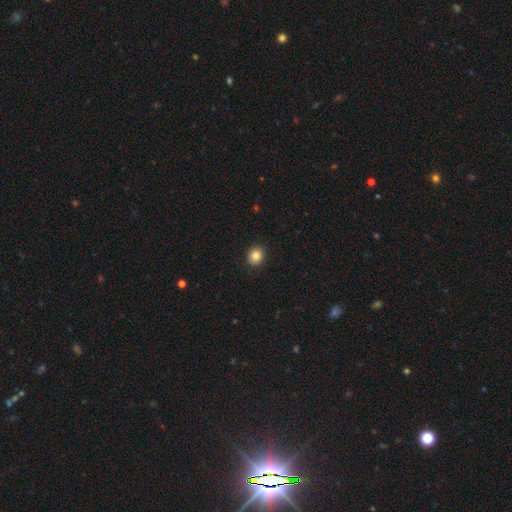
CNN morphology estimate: Smooth or featured? Predicted: smooth (p=0.85). How rounded? Predicted: round (p=0.77). Merging? Predicted: none (p=0.91).